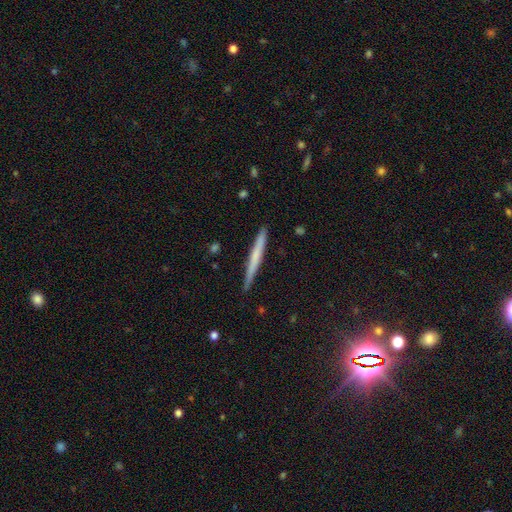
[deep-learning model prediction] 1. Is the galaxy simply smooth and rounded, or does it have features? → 53% smooth, 41% featured or disk, 6% star or artifact.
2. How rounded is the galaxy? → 97% cigar-shaped, 2% in between, 1% round.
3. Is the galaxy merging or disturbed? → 89% none, 8% minor disturbance, 1% major disturbance, 1% merger.